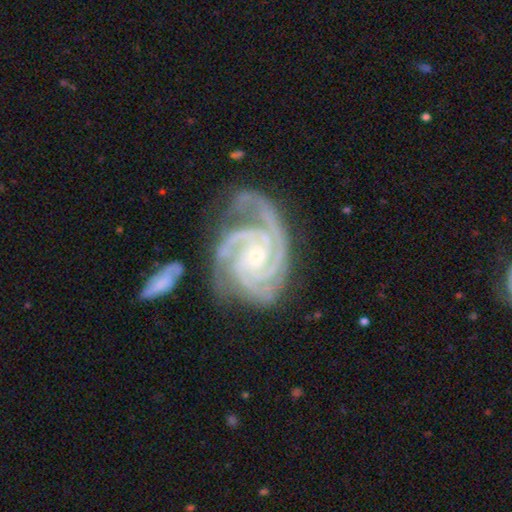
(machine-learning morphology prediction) A featured or disk galaxy (94%) with no bar (66%), 3 (48%) tight (75%) spiral arms (99%) and a small central bulge (74%). Merging: none (55%).